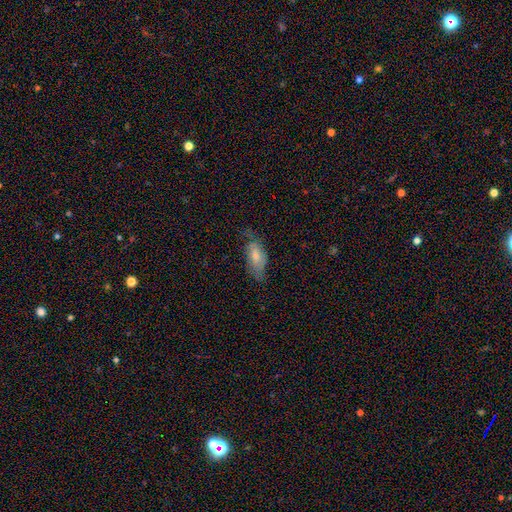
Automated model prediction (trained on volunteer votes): Smooth or featured? Predicted: smooth (p=0.49). Merging? Predicted: none (p=0.64).